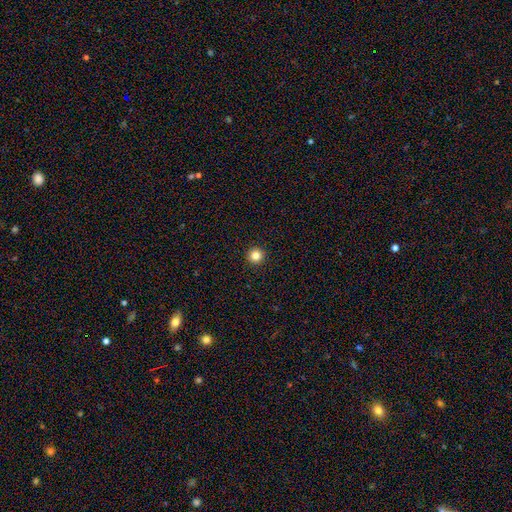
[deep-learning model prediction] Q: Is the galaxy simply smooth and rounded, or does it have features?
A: smooth — 83%.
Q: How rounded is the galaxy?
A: round — 96%.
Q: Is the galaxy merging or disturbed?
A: none — 94%.